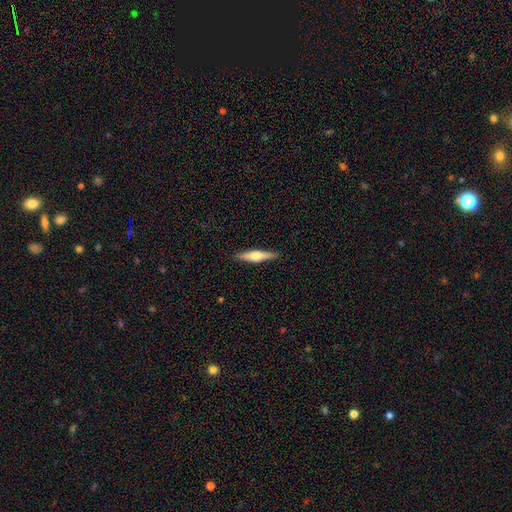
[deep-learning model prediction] Q: Smooth or featured?
A: featured or disk (54%); runner-up: smooth (41%)
Q: Edge-on disk?
A: yes (97%); runner-up: no (3%)
Q: Edge-on bulge?
A: rounded (87%); runner-up: boxy (9%)
Q: Merging?
A: none (91%); runner-up: minor disturbance (7%)